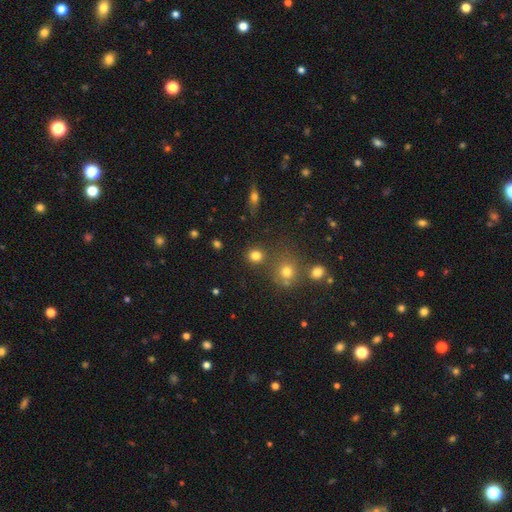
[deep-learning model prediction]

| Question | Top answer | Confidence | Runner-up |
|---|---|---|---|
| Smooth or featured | smooth | 79% | star or artifact (16%) |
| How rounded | round | 85% | in between (14%) |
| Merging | none | 78% | merger (10%) |